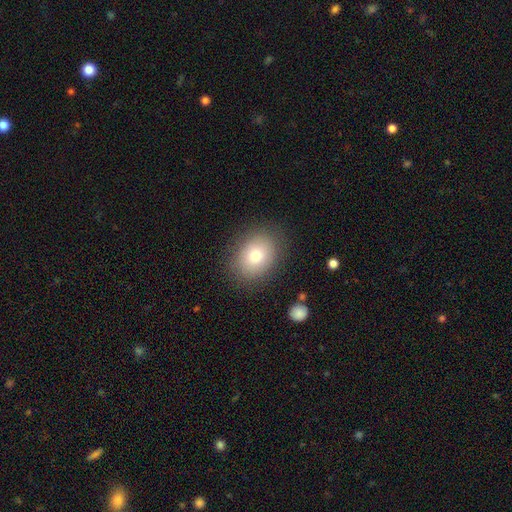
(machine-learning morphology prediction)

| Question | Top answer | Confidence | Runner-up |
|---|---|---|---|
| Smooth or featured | smooth | 75% | featured or disk (14%) |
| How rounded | in between | 53% | round (46%) |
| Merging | none | 84% | minor disturbance (10%) |